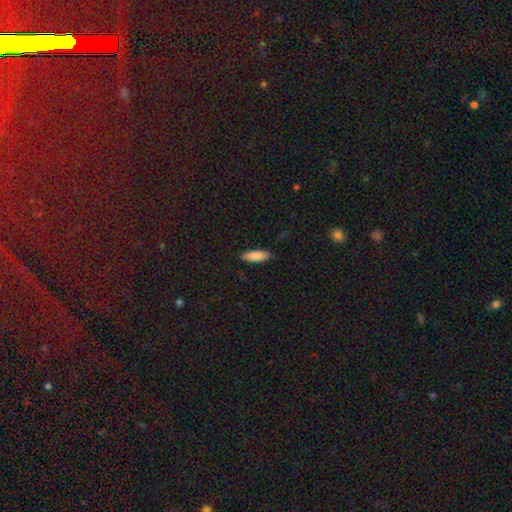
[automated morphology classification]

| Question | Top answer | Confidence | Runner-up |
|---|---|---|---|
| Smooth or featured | smooth | 88% | star or artifact (6%) |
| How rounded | in between | 57% | cigar-shaped (42%) |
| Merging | none | 87% | minor disturbance (10%) |